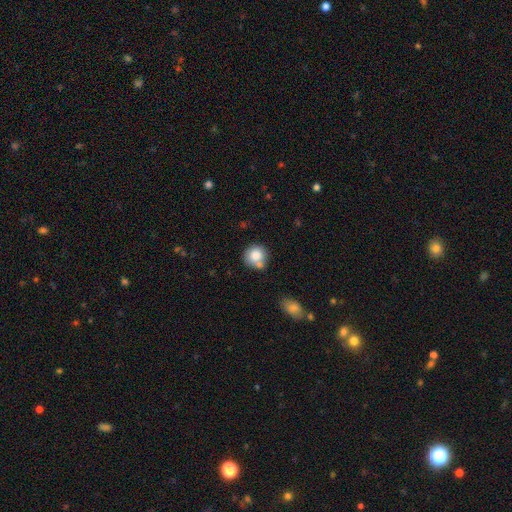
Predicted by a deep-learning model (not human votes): Overall: smooth (82%). How rounded: round (88%). Merging: none (57%; merger 21%).